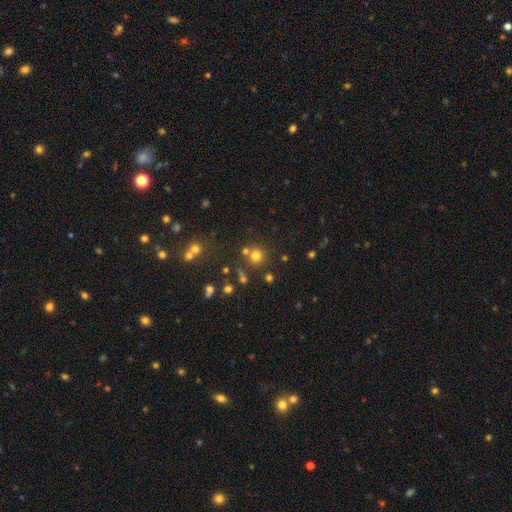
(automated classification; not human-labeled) Smooth or featured: smooth — 72% (star or artifact — 20%)
How rounded: round — 92% (in between — 7%)
Merging: none — 73% (merger — 16%)